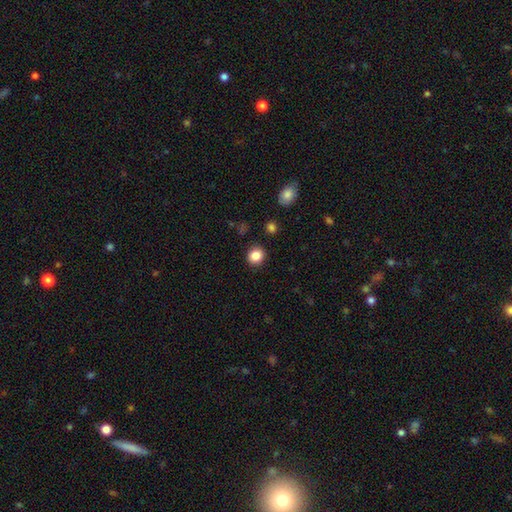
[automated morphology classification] This appears to be a smooth galaxy with no disk features (85%) that is round (82%). Merging: none (90%).